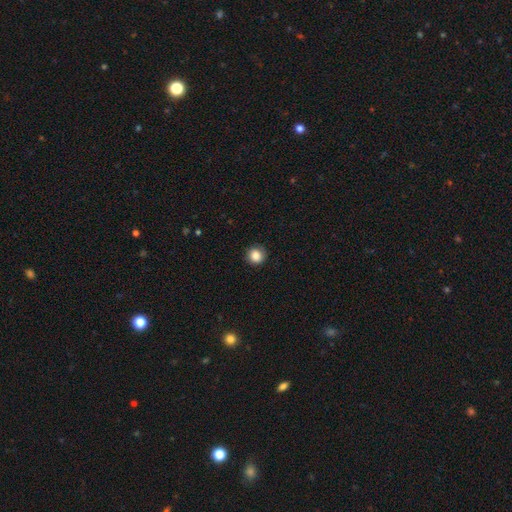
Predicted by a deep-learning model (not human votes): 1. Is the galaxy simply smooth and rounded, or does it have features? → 86% smooth, 10% star or artifact, 4% featured or disk.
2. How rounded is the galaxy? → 91% round, 8% in between, 1% cigar-shaped.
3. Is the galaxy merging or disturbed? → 85% none, 11% minor disturbance, 3% major disturbance, 1% merger.